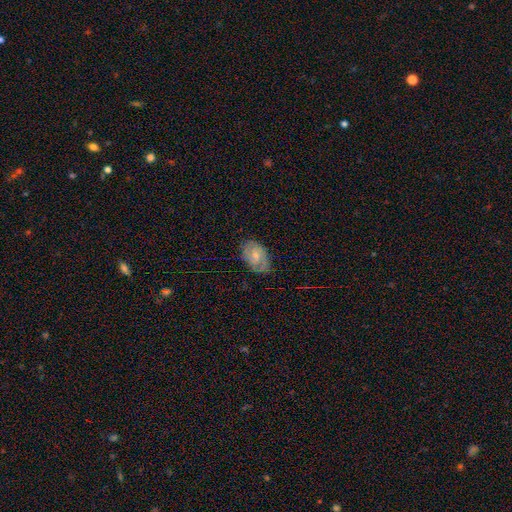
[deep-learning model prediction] Morphology: type=smooth (50%); merging=none (68%).